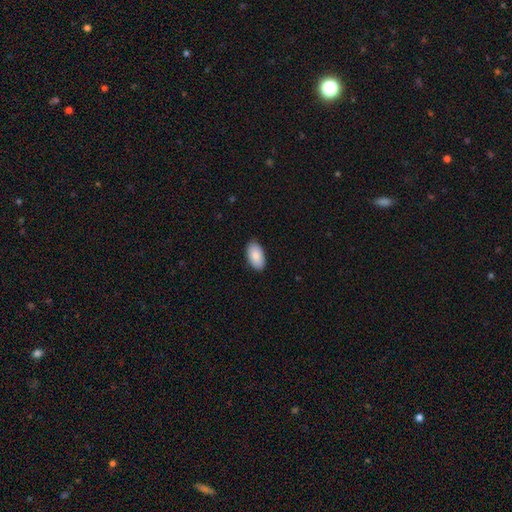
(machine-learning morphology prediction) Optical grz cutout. It shows a smooth galaxy with no disk features (87%) that is in between round and cigar-shaped (96%). Merging: none (88%).